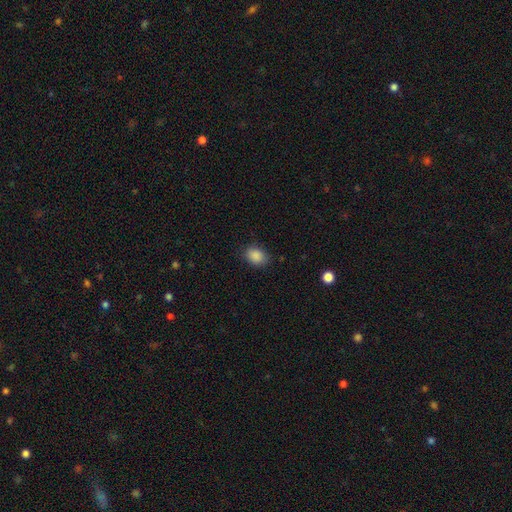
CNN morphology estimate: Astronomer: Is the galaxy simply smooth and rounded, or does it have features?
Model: smooth — 88%.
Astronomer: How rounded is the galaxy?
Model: in between — 65%.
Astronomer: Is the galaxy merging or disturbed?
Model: none — 82%.